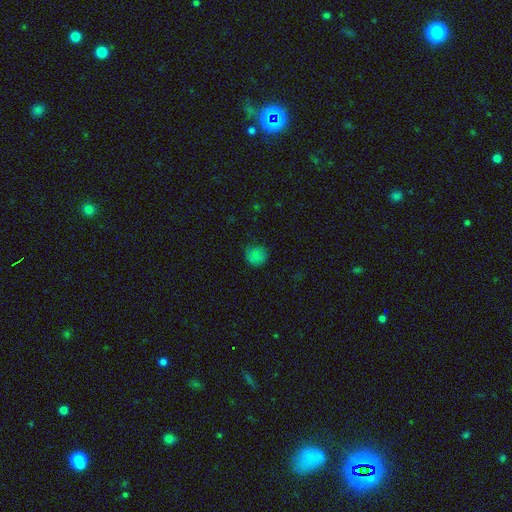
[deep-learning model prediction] The model was most divided on "merging": none: 72%, minor disturbance: 21%, major disturbance: 5%, merger: 1%. More confident: how rounded — round (85%); smooth or featured — smooth (77%).